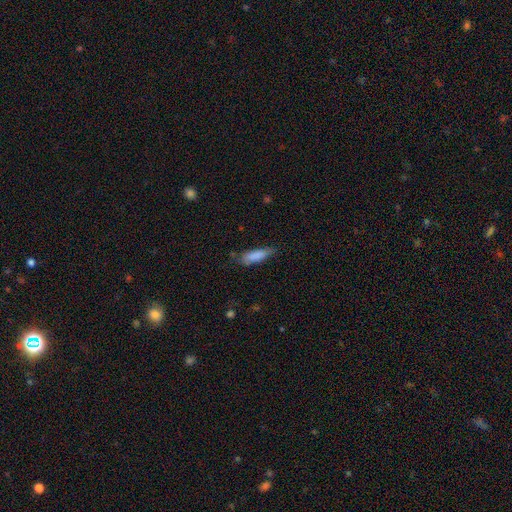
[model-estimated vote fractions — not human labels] Morphology: type=smooth (83%); roundness=cigar-shaped (56%); merging=none (61%).